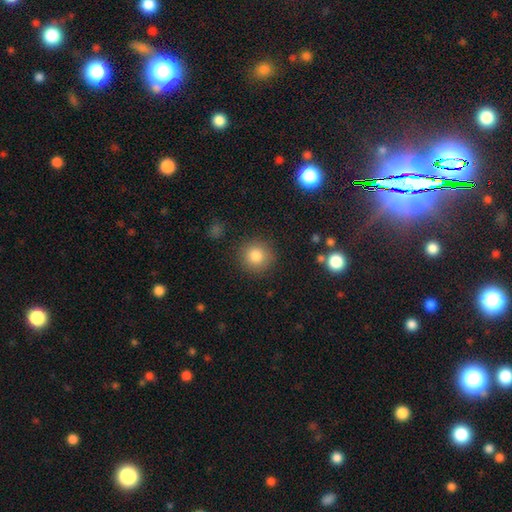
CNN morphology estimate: Smooth or featured: smooth — 83% (star or artifact — 10%)
How rounded: round — 92% (in between — 7%)
Merging: none — 88% (minor disturbance — 7%)